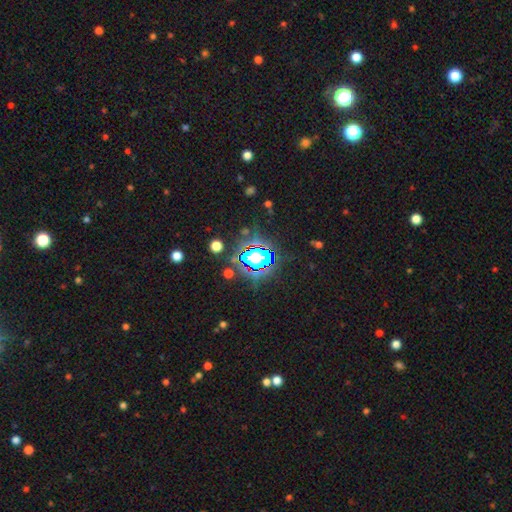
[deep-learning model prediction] smooth_or_featured: star or artifact (p=0.70) [alt: smooth p=0.19]